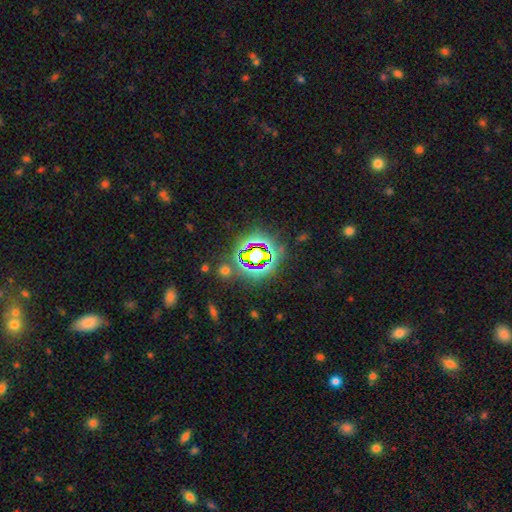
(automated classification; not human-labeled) The model was most divided on "smooth or featured": star or artifact: 74%, smooth: 15%, featured or disk: 11%.